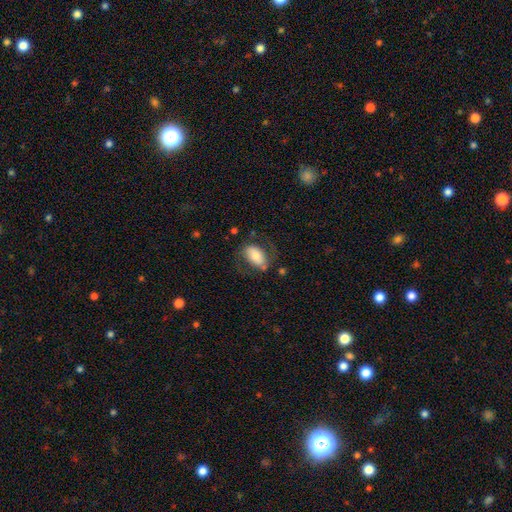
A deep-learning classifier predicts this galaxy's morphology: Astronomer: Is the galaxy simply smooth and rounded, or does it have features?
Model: smooth — 56% (runner-up: featured or disk, 37%).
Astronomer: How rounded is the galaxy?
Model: in between — 89%.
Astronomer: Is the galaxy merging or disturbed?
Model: none — 61%.